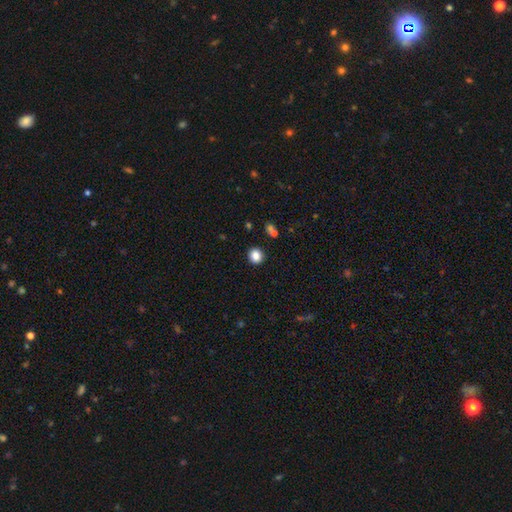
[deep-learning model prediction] Overall: smooth (84%). How rounded: round (87%). Merging: none (90%).